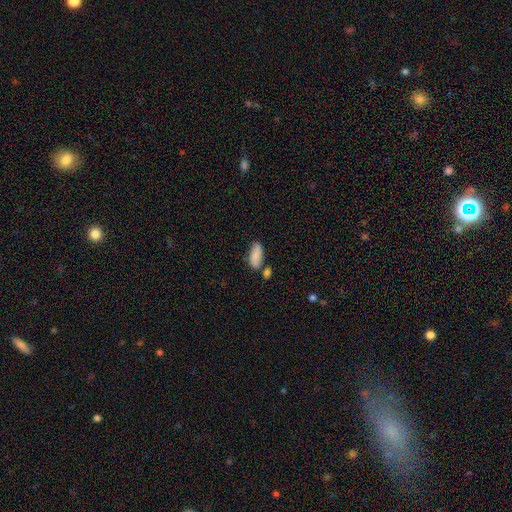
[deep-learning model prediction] A smooth galaxy with no disk features (82%) that is in between round and cigar-shaped (83%). Merging: none (61%).